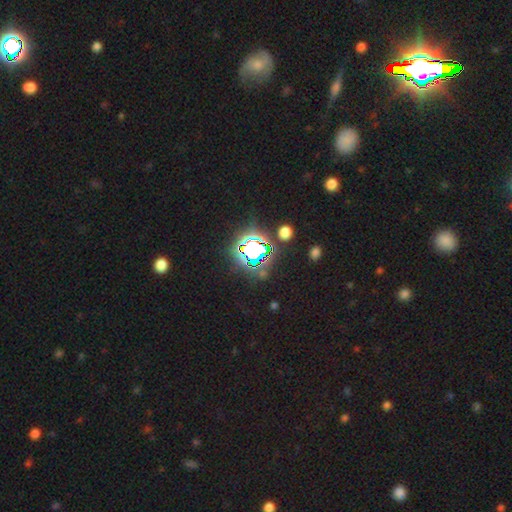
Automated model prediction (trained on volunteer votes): A star or artifact, not a galaxy (78%).

Vote fractions:
- Smooth or featured? star or artifact: 78% / smooth: 14% / featured or disk: 8%